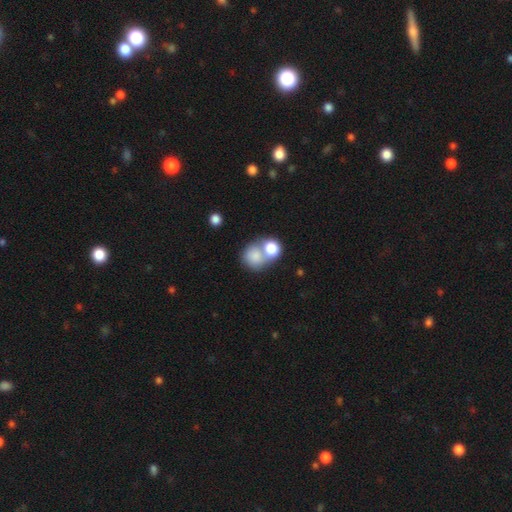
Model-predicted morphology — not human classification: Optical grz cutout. It shows a smooth galaxy with no disk features (78%) that is round (72%). Merging: merger (56%).